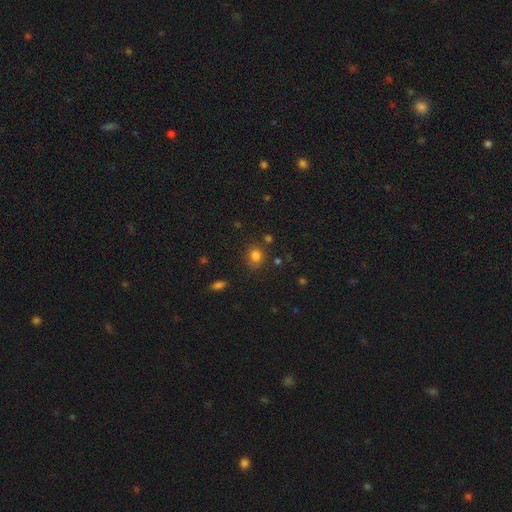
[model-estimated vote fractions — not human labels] Overall: smooth (80%). How rounded: round (68%; in between 31%). Merging: none (76%).